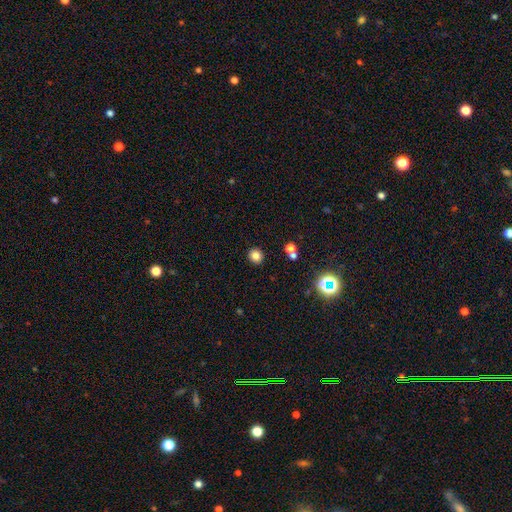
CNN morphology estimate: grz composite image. It shows a smooth galaxy with no disk features (81%) that is round (89%). Merging: none (90%).